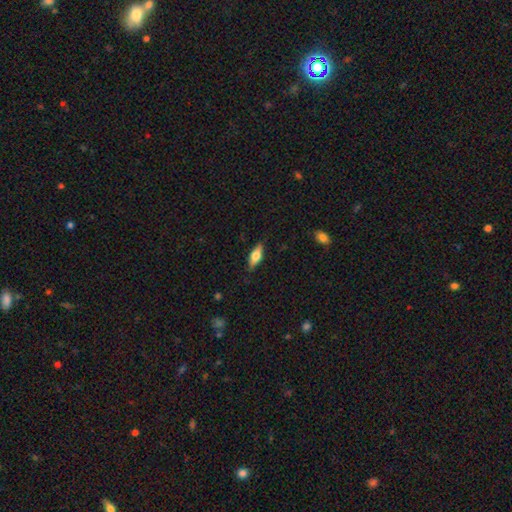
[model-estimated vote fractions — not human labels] smooth_or_featured: smooth (p=0.59) [alt: featured or disk p=0.35]
how_rounded: in between (p=0.67) [alt: cigar-shaped p=0.30]
merging: none (p=0.85) [alt: minor disturbance p=0.11]